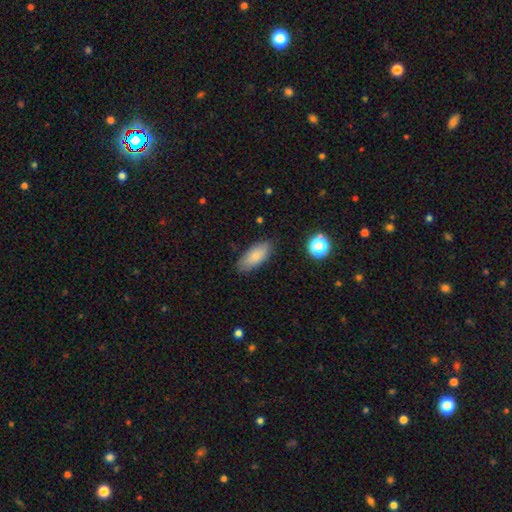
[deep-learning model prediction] Overall: smooth (82%). How rounded: in between (83%). Merging: none (82%).